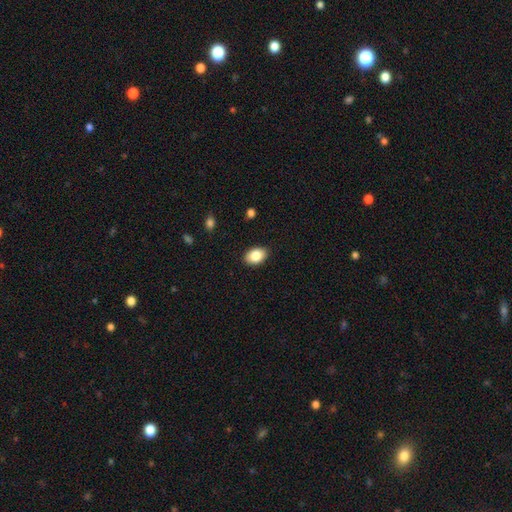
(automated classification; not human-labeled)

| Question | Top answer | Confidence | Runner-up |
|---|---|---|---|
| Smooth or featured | smooth | 85% | featured or disk (7%) |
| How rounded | in between | 86% | round (13%) |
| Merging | none | 89% | minor disturbance (8%) |